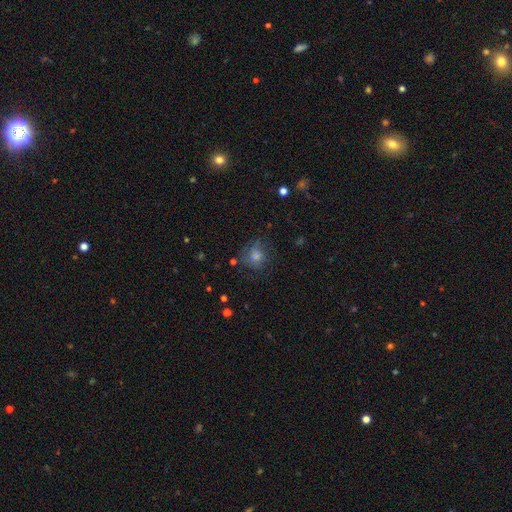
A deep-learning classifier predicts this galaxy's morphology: Smooth or featured?
  - smooth: 48% *
  - featured or disk: 28%
  - star or artifact: 24%
Merging?
  - none: 67% *
  - minor disturbance: 19%
  - major disturbance: 11%
  - merger: 2%